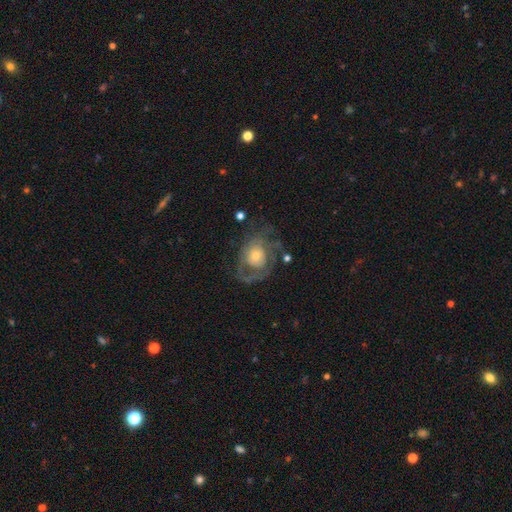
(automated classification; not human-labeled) This is likely a featured or disk galaxy (69%). It is clearly not viewed edge-on (97%). Bar: clearly no (80%). Spiral arm pattern: likely yes (71%). Central bulge: possibly moderate (48%). Merging: possibly none (56%).